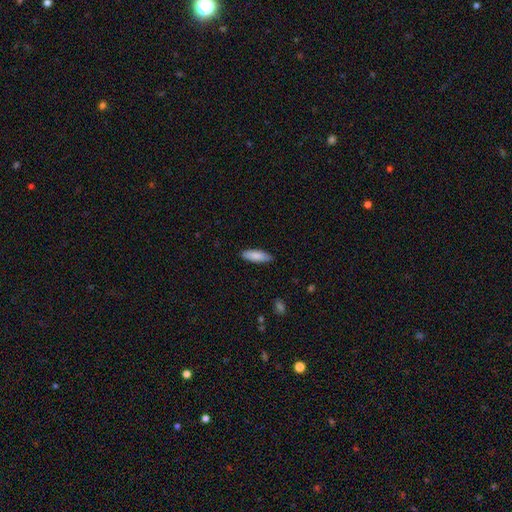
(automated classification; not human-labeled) Smooth or featured: smooth — 85% (featured or disk — 9%)
How rounded: in between — 54% (cigar-shaped — 44%)
Merging: none — 86% (minor disturbance — 11%)